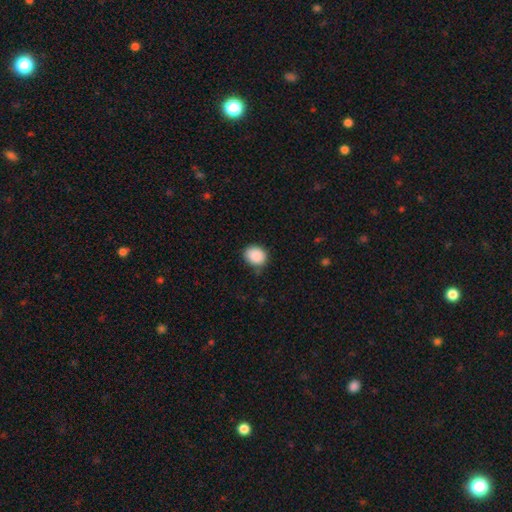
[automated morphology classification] smooth 90%, star or artifact 8%, featured or disk 3%. Down the decision tree: how rounded — round (58%); merging — none (82%).